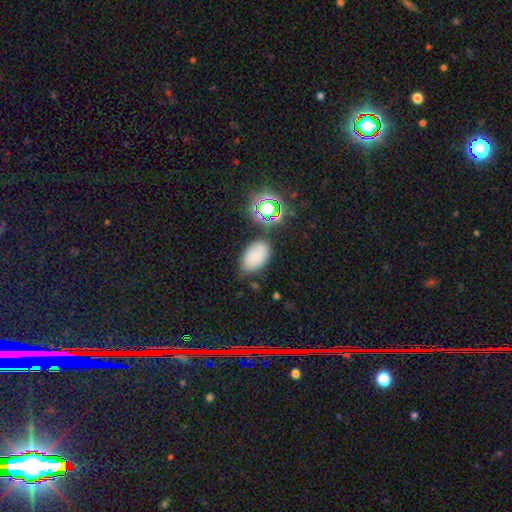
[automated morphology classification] This appears to be a smooth galaxy with no disk features (75%) that is in between round and cigar-shaped (89%). Merging: none (72%).